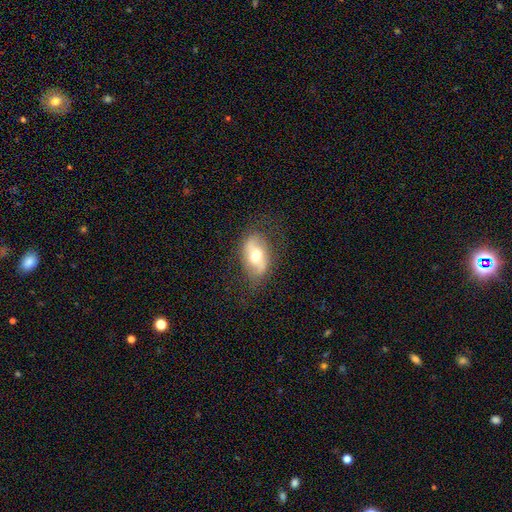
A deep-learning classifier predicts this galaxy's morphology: Smooth or featured? Predicted: featured or disk (p=0.52). Edge-on disk? Predicted: no (p=0.89). Merging? Predicted: none (p=0.73).